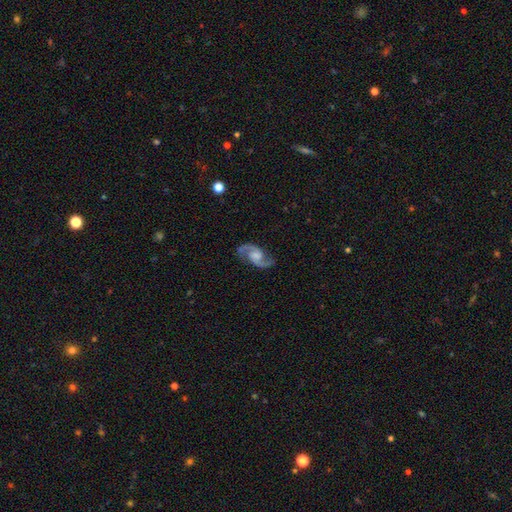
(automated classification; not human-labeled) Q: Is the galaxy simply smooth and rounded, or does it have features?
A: featured or disk — 92%.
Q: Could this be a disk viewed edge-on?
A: no — 98%.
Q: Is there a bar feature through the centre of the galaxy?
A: no — 48%.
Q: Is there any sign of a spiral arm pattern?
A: yes — 98%.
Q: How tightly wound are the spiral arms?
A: medium — 53%.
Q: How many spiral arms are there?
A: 2 — 94%.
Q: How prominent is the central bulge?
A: none — 33%.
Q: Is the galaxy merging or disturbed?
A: none — 83%.